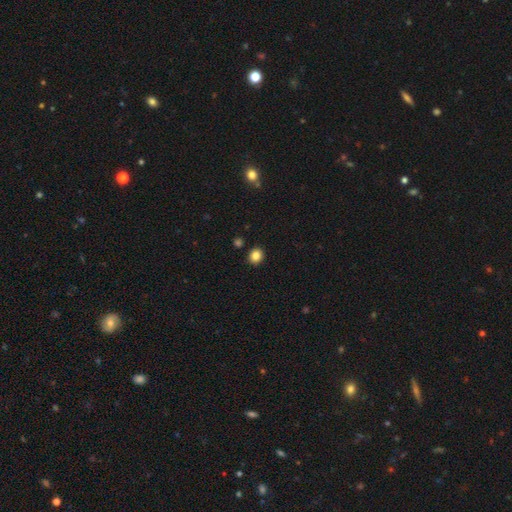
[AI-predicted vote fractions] Overall: smooth (85%). How rounded: round (76%). Merging: none (90%).